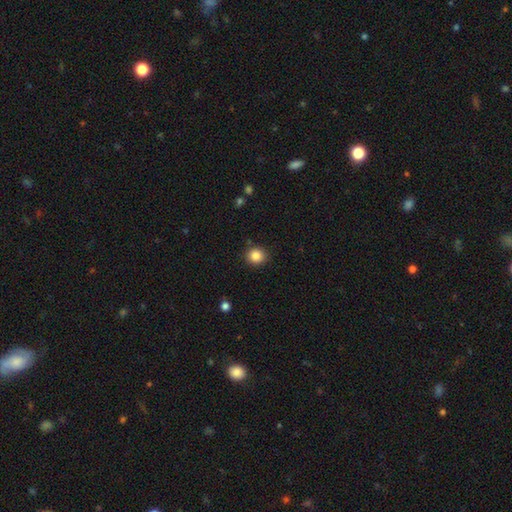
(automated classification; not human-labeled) Smooth or featured: smooth — 85% (star or artifact — 10%)
How rounded: round — 87% (in between — 12%)
Merging: none — 89% (minor disturbance — 7%)